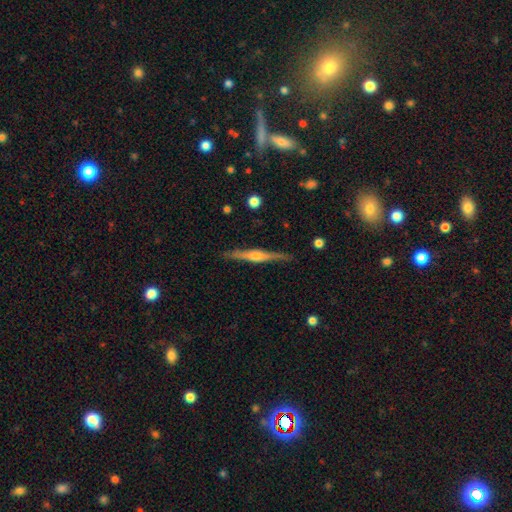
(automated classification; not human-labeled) This is likely a featured or disk galaxy (75%). It is clearly viewed edge-on (98%). Edge-on bulge: clearly rounded (85%). Merging: clearly none (88%).